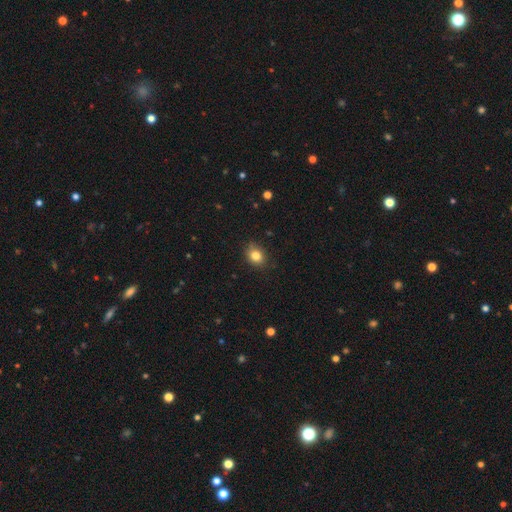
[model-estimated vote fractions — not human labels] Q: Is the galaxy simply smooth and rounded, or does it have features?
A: smooth — 82%.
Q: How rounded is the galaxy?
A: round — 51%.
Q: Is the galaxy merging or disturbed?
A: none — 83%.